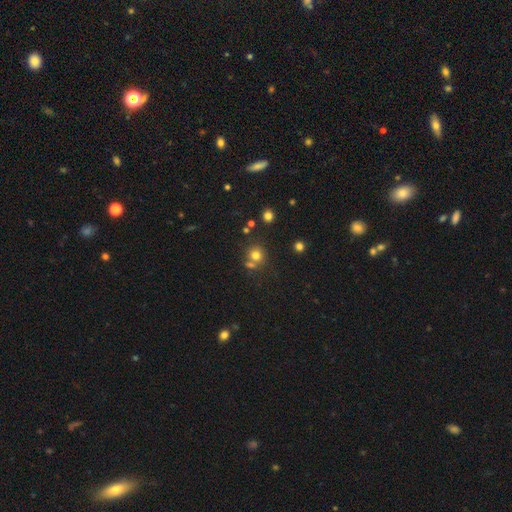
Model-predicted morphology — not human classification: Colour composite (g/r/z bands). It shows a smooth galaxy with no disk features (73%) that is round (87%). Merging: none (63%).